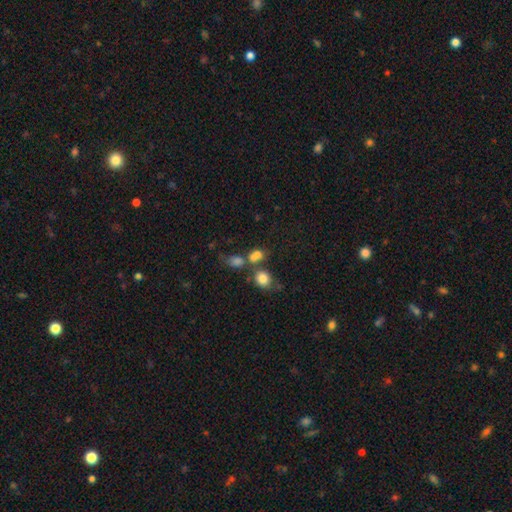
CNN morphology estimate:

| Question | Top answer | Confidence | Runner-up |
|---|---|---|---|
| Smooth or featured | smooth | 74% | star or artifact (15%) |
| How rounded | in between | 51% | round (46%) |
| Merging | merger | 43% | none (39%) |